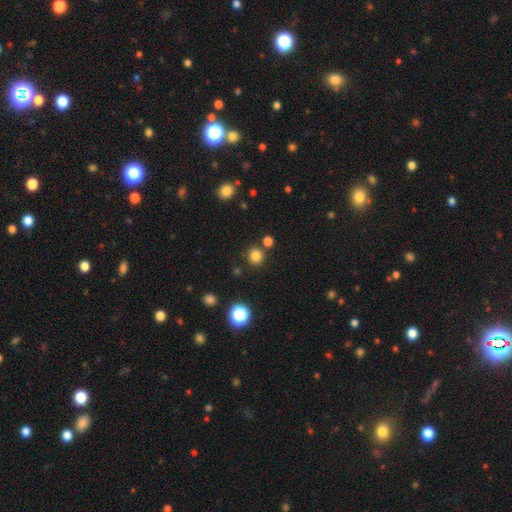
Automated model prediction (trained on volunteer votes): Smooth or featured? smooth (80%)
How rounded? round (91%)
Merging? none (82%)